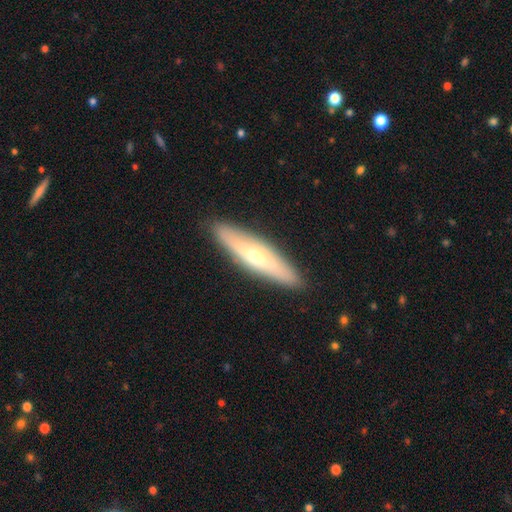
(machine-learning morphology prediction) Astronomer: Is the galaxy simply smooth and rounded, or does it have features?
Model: featured or disk — 49% (runner-up: smooth, 45%).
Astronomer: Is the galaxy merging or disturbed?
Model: none — 89%.